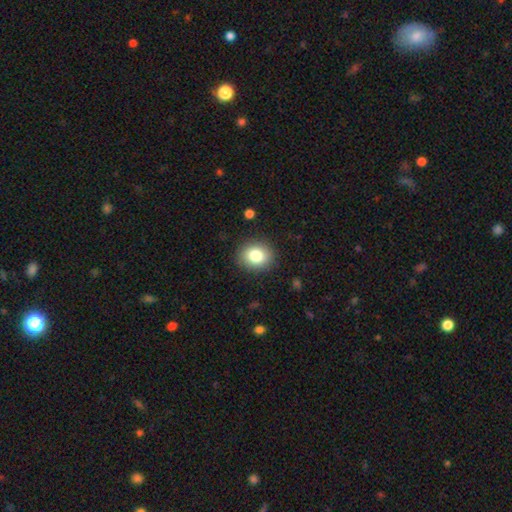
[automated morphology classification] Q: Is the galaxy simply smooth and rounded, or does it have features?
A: smooth — 81%.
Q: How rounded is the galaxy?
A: round — 65%.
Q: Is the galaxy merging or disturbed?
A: none — 89%.